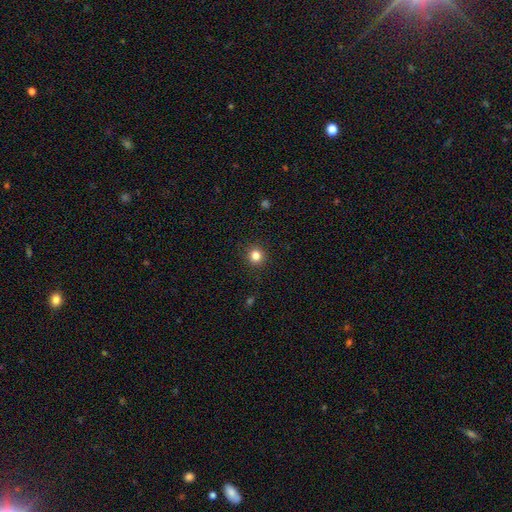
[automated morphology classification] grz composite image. It shows a smooth galaxy with no disk features (83%) that is round (94%). Merging: none (92%).